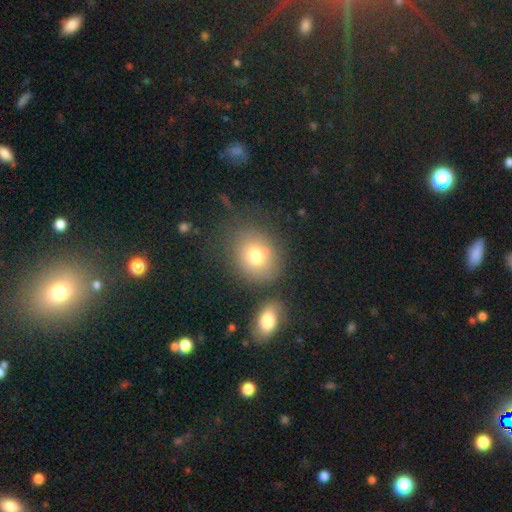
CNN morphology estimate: Smooth or featured? smooth (73%)
How rounded? round (61%)
Merging? none (68%)